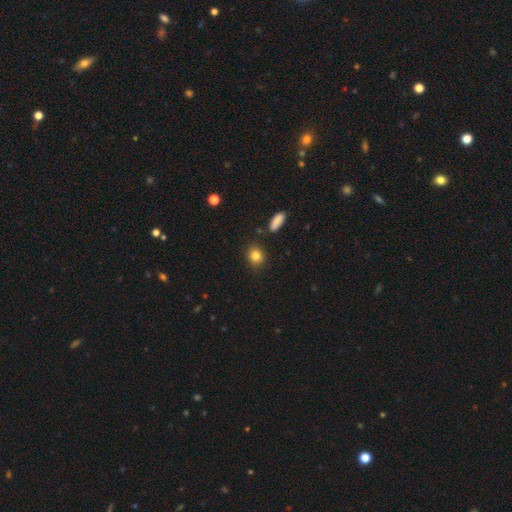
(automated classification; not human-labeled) This is clearly a smooth galaxy (84%). How rounded: likely round (68%). Merging: clearly none (86%).